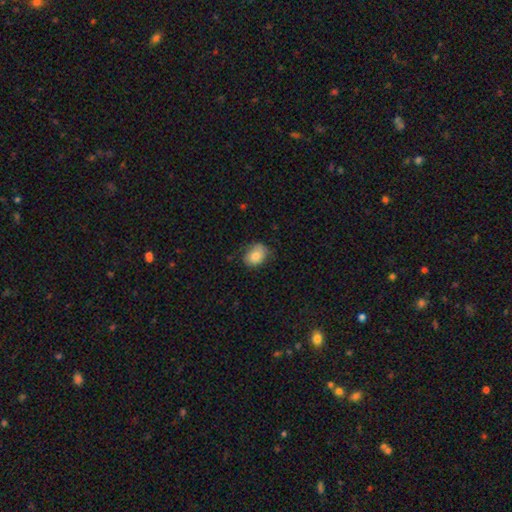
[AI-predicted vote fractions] A smooth galaxy with no disk features (79%) that is in between round and cigar-shaped (63%). Merging: none (65%).